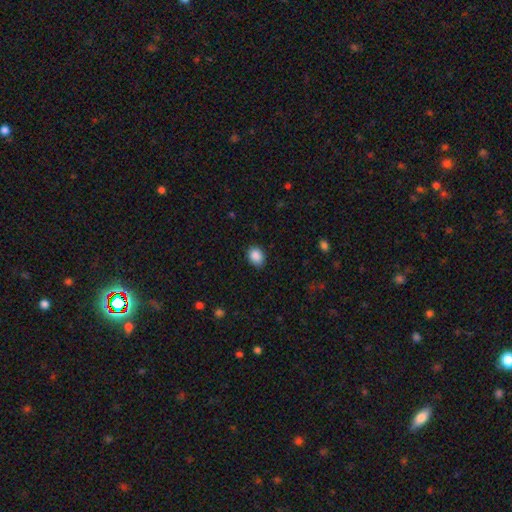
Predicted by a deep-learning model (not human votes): Smooth or featured? smooth (88%)
How rounded? in between (67%)
Merging? none (83%)